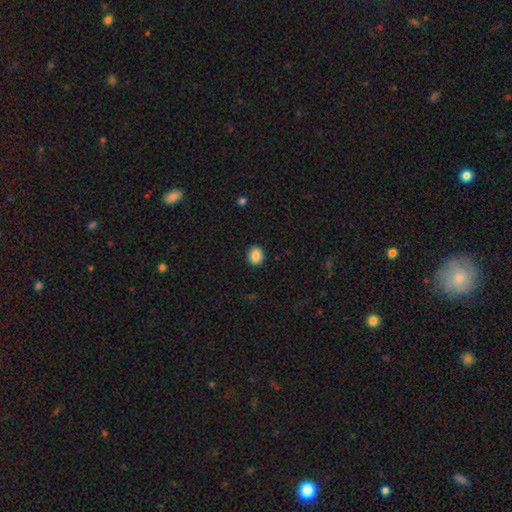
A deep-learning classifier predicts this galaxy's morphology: This appears to be a smooth galaxy with no disk features (88%) that is round (56%). Merging: none (90%).